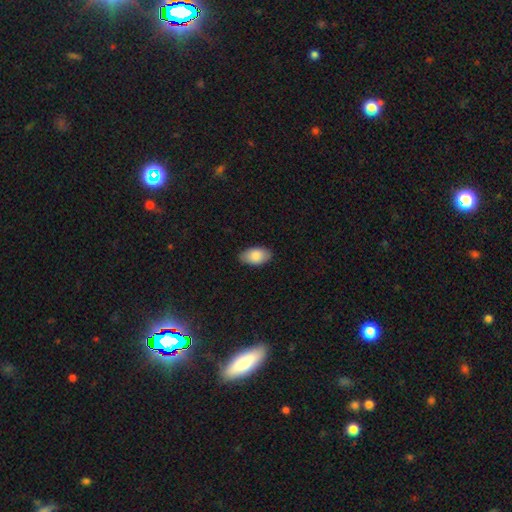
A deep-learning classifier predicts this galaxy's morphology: Overall: smooth (87%). How rounded: in between (94%). Merging: none (86%).